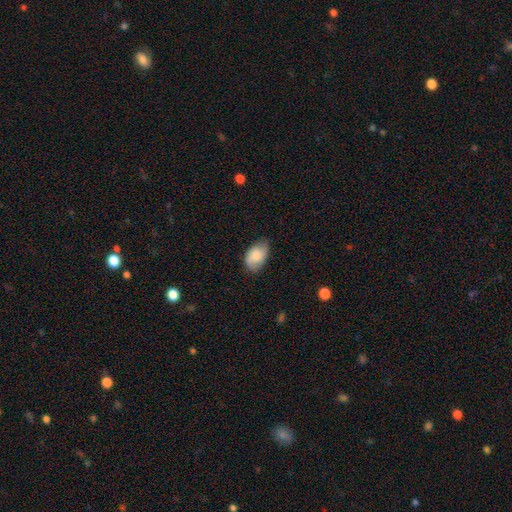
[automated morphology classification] A smooth galaxy with no disk features (72%) that is in between round and cigar-shaped (91%).

Vote fractions:
- Smooth or featured? smooth: 72% / featured or disk: 21% / star or artifact: 7%
- How rounded? in between: 91% / round: 8% / cigar-shaped: 1%
- Merging? none: 68% / minor disturbance: 26% / major disturbance: 5% / merger: 1%